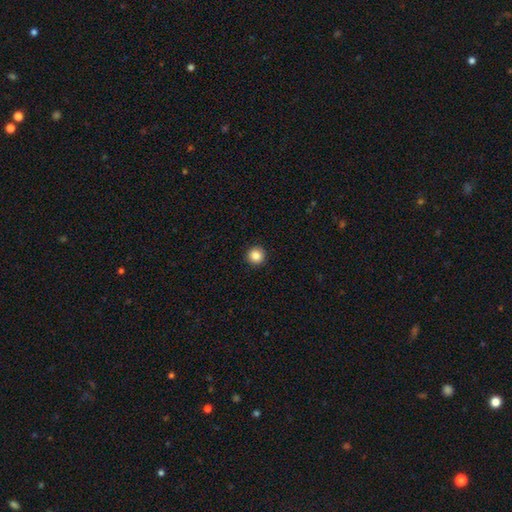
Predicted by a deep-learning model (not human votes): This appears to be a smooth galaxy with no disk features (87%) that is round (95%). Merging: none (93%).